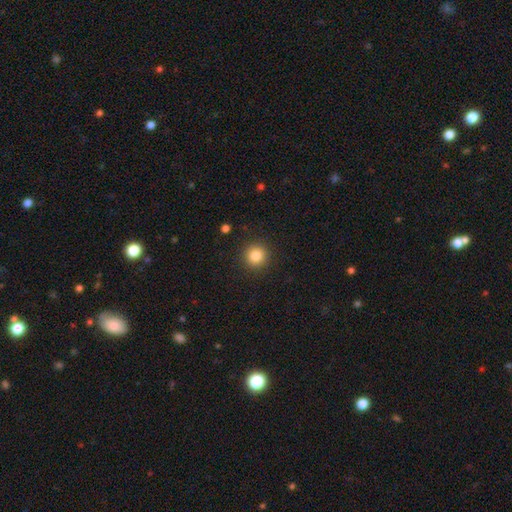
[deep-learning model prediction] Smooth or featured?
  - smooth: 84% *
  - star or artifact: 11%
  - featured or disk: 5%
How rounded?
  - round: 94% *
  - in between: 5%
  - cigar-shaped: 1%
Merging?
  - none: 92% *
  - minor disturbance: 5%
  - major disturbance: 2%
  - merger: 1%